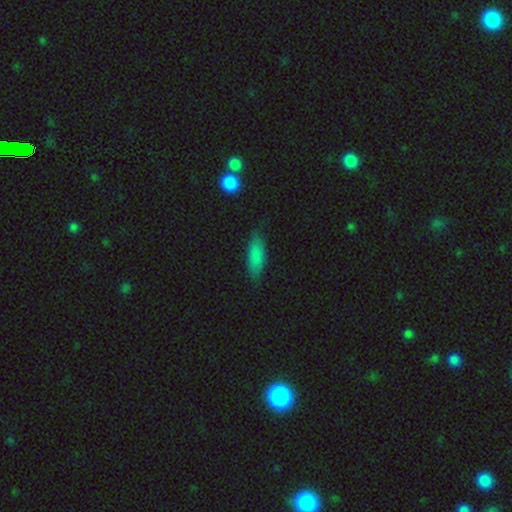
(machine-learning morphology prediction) Overall: smooth (82%). How rounded: in between (64%; cigar-shaped 34%). Merging: none (78%).